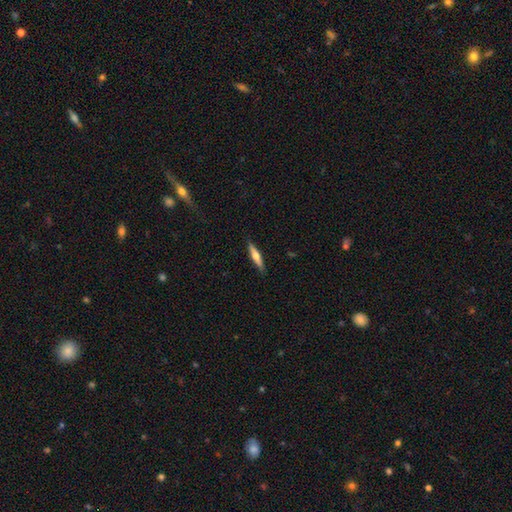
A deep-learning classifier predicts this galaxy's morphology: smooth_or_featured: featured or disk (p=0.51) [alt: smooth p=0.43]
disk_edge_on: yes (p=0.95) [alt: no p=0.05]
merging: none (p=0.89) [alt: minor disturbance p=0.08]